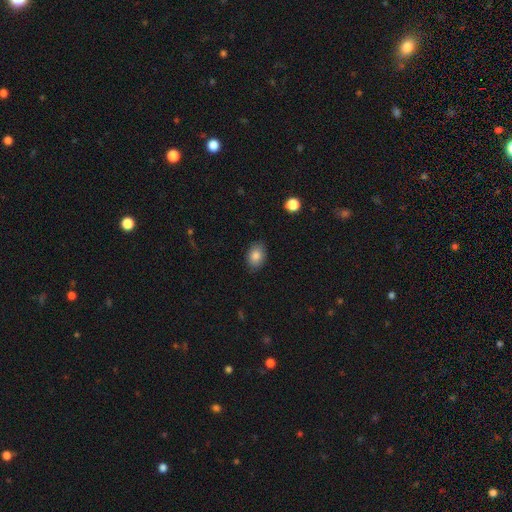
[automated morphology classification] Overall: smooth (85%). How rounded: in between (78%). Merging: none (85%).